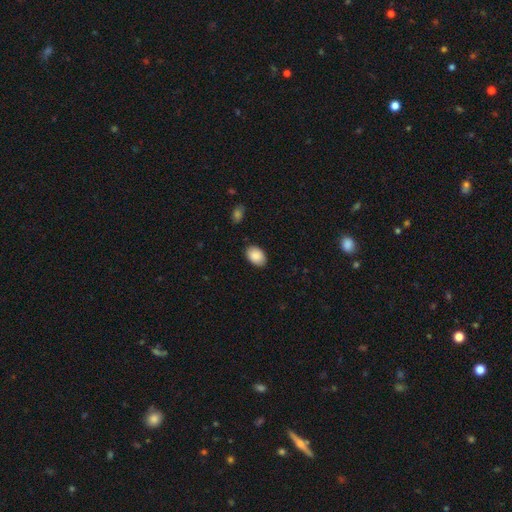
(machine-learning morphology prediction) type=smooth (89%); roundness=in between (86%); merging=none (86%).